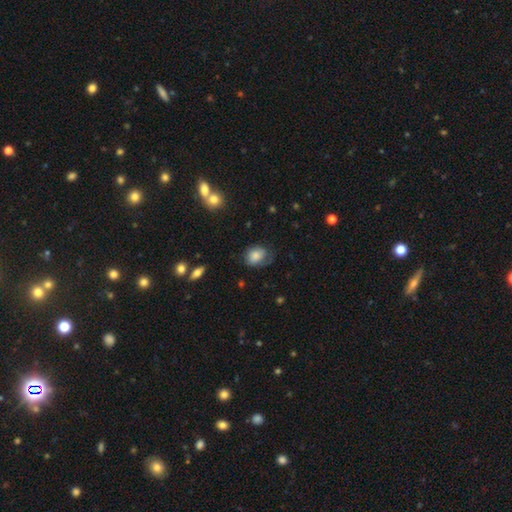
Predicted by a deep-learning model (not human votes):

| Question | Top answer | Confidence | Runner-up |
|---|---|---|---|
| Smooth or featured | smooth | 77% | featured or disk (15%) |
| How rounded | in between | 57% | round (42%) |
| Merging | none | 55% | minor disturbance (29%) |